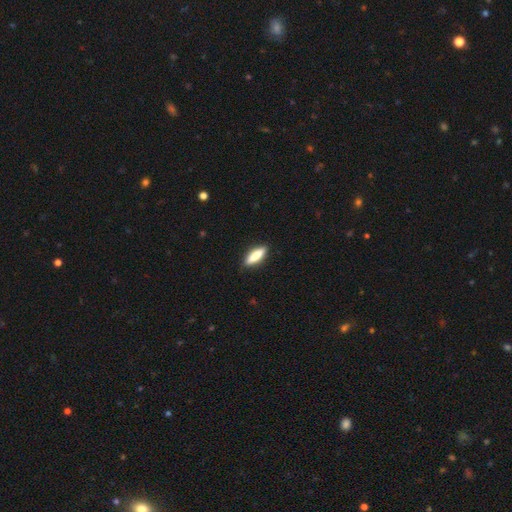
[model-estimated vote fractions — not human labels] A smooth galaxy with no disk features (80%) that is cigar-shaped (57%).

Vote fractions:
- Smooth or featured? smooth: 80% / featured or disk: 15% / star or artifact: 6%
- How rounded? cigar-shaped: 57% / in between: 41% / round: 2%
- Merging? none: 89% / minor disturbance: 8% / major disturbance: 2% / merger: 1%